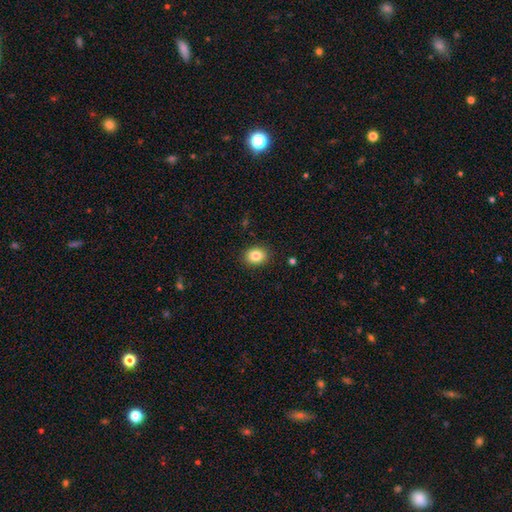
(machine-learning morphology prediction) This appears to be a smooth galaxy with no disk features (83%) that is round (57%). Merging: none (90%).